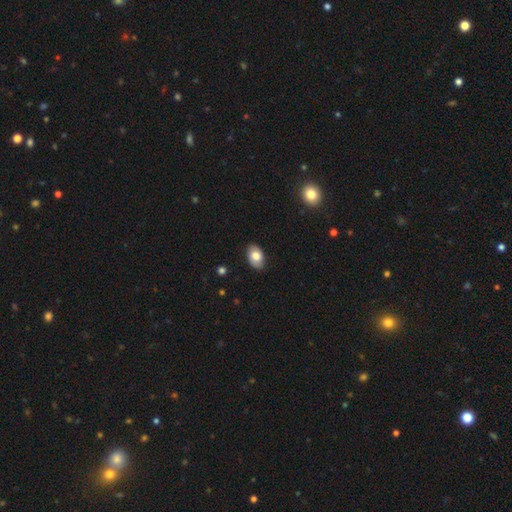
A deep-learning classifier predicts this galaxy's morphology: This appears to be a smooth galaxy with no disk features (77%) that is in between round and cigar-shaped (89%). Merging: none (86%).